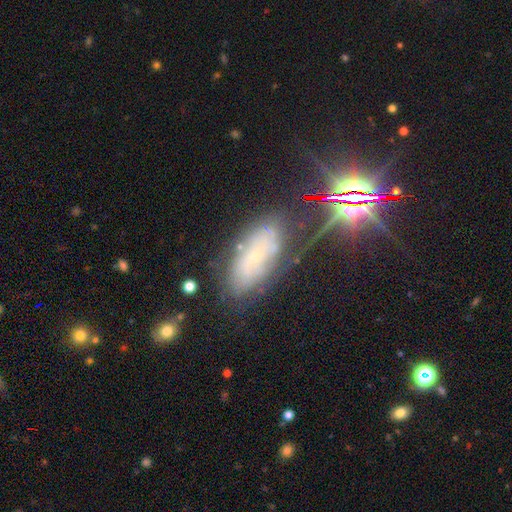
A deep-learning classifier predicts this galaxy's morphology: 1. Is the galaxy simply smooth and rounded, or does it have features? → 54% featured or disk, 25% smooth, 21% star or artifact.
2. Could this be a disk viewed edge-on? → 85% no, 15% yes.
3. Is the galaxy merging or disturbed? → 69% none, 20% minor disturbance, 8% major disturbance, 3% merger.